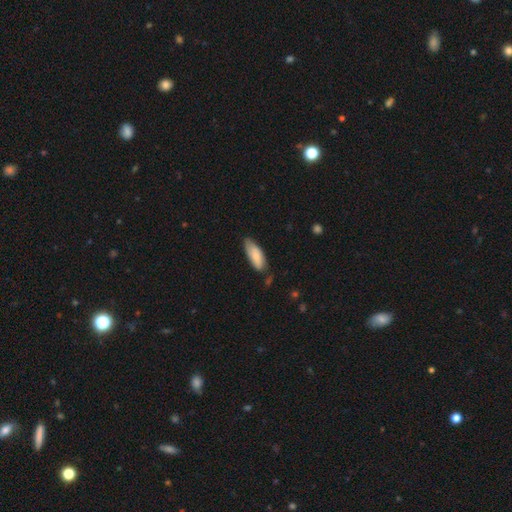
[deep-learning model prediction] Q: Smooth or featured?
A: smooth (78%); runner-up: featured or disk (16%)
Q: How rounded?
A: in between (73%); runner-up: cigar-shaped (25%)
Q: Merging?
A: none (65%); runner-up: minor disturbance (28%)